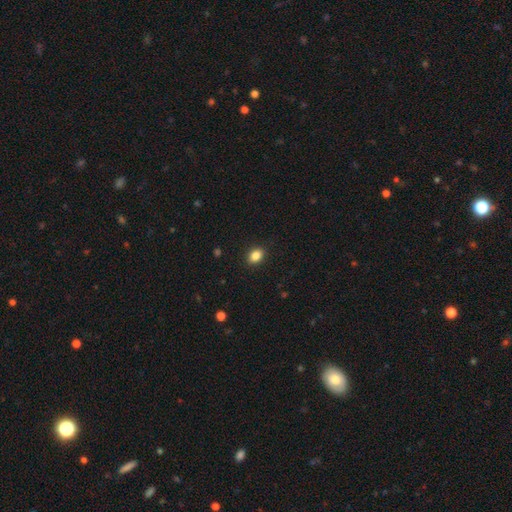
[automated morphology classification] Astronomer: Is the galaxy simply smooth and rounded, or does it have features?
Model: smooth — 86%.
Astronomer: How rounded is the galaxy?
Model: in between — 68%.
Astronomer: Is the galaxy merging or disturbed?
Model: none — 90%.